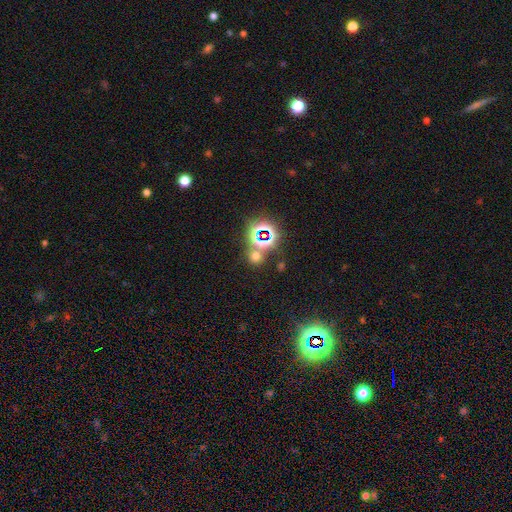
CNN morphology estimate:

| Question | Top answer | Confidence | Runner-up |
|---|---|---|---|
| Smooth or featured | smooth | 49% | star or artifact (43%) |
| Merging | none | 70% | merger (18%) |